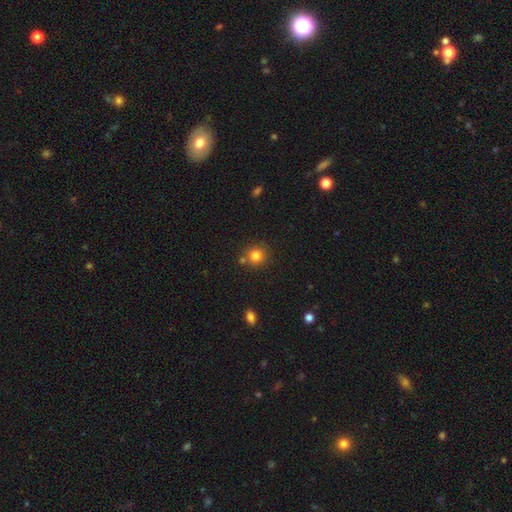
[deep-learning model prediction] Overall: smooth (82%). How rounded: round (90%). Merging: none (73%).